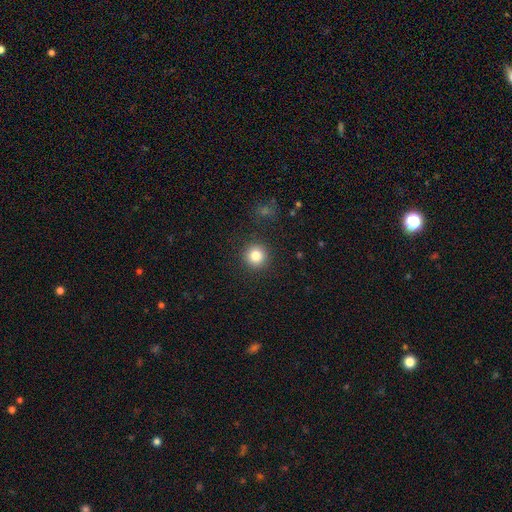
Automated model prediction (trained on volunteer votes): smooth-or-featured: smooth: 84% | star or artifact: 11% | featured or disk: 6%
  how-rounded: round: 95% | in between: 4% | cigar-shaped: 1%
  merging: none: 90% | minor disturbance: 6% | major disturbance: 3% | merger: 1%